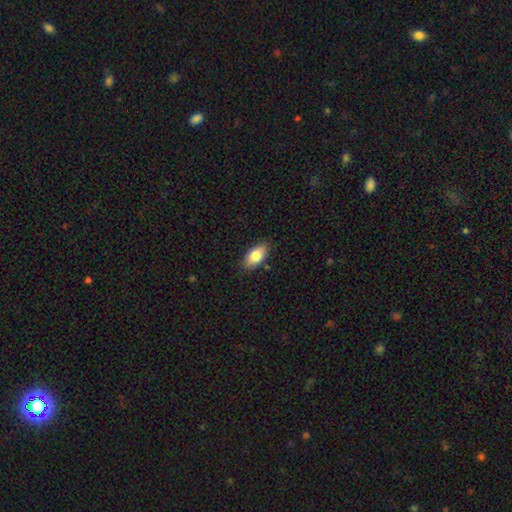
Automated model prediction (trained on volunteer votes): A smooth galaxy with no disk features (80%) that is in between round and cigar-shaped (91%).

Vote fractions:
- Smooth or featured? smooth: 80% / featured or disk: 13% / star or artifact: 7%
- How rounded? in between: 91% / cigar-shaped: 5% / round: 4%
- Merging? none: 86% / minor disturbance: 10% / major disturbance: 2% / merger: 1%